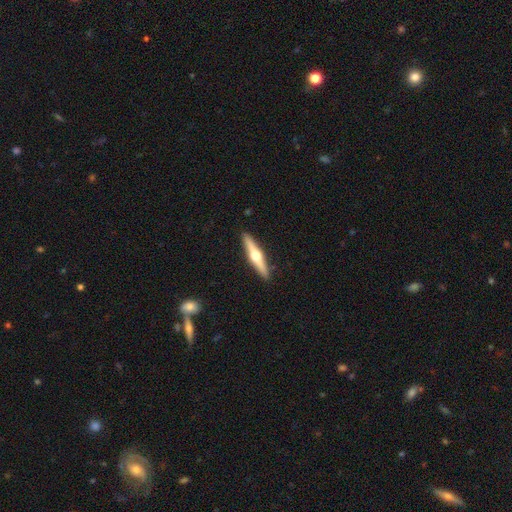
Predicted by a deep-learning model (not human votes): Smooth or featured? Predicted: featured or disk (p=0.69). Edge-on disk? Predicted: yes (p=0.97). Edge-on bulge? Predicted: rounded (p=0.96). Merging? Predicted: none (p=0.91).